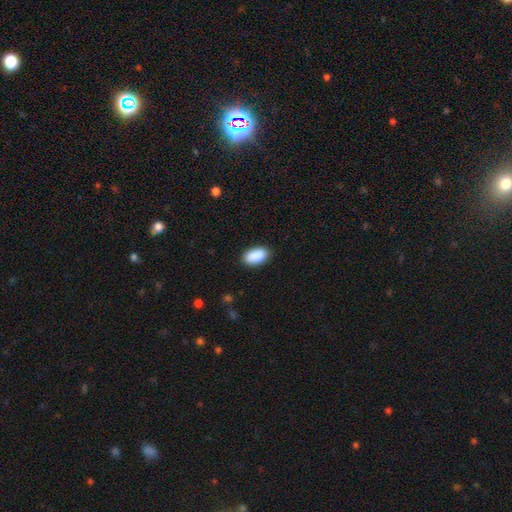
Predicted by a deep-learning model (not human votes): Smooth or featured? Predicted: smooth (p=0.91). How rounded? Predicted: in between (p=0.95). Merging? Predicted: none (p=0.89).